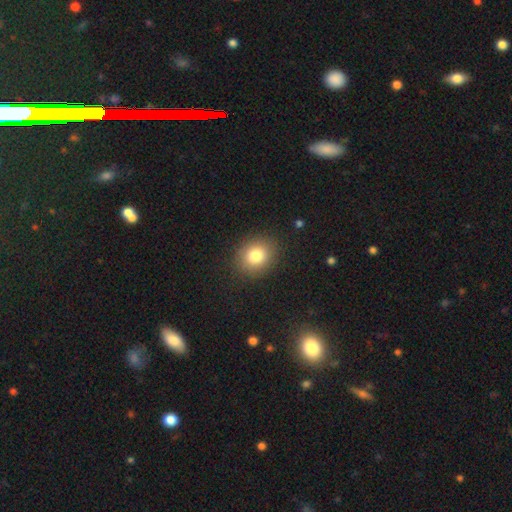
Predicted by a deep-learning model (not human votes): Morphology: type=smooth (81%); roundness=round (64%); merging=none (88%).